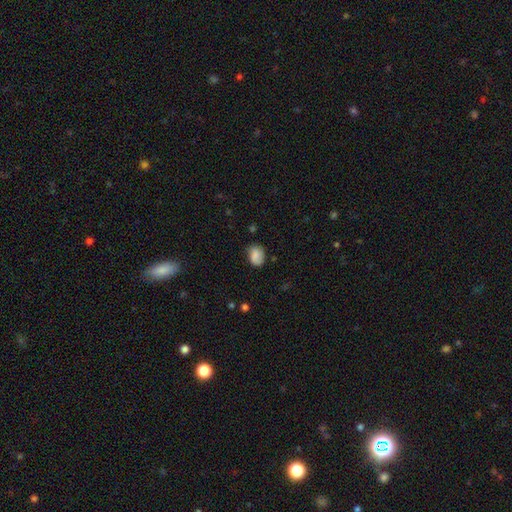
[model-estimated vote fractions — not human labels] This is clearly a smooth galaxy (83%). How rounded: likely in between (64%). Merging: likely none (68%).